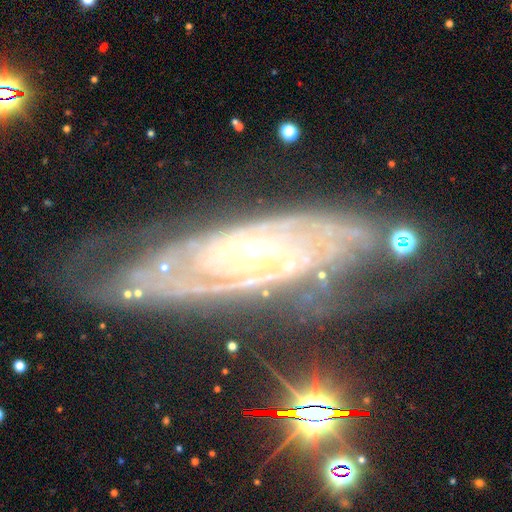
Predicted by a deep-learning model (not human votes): Morphology: type=featured or disk (87%); edge-on=no (89%); bar=no (62%); spiral arms=yes (96%); winding=tight (69%); arm count=2 (35%); bulge=small (77%); merging=none (66%).